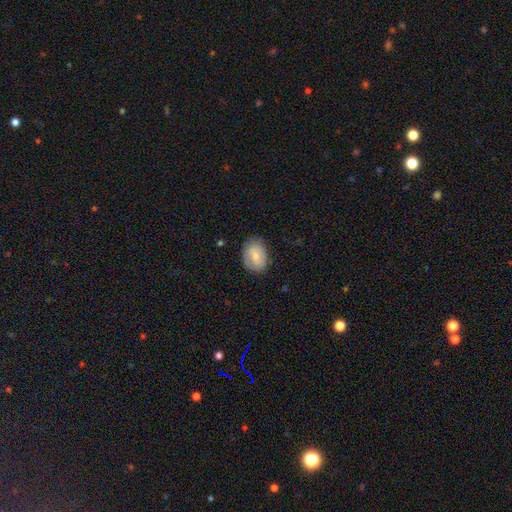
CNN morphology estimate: A smooth galaxy with no disk features (75%) that is in between round and cigar-shaped (70%).

Vote fractions:
- Smooth or featured? smooth: 75% / featured or disk: 18% / star or artifact: 7%
- How rounded? in between: 70% / round: 29% / cigar-shaped: 1%
- Merging? none: 76% / minor disturbance: 19% / major disturbance: 4% / merger: 1%